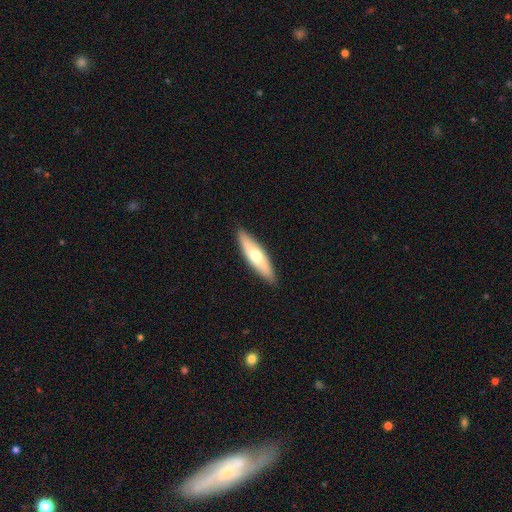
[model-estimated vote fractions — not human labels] The model was most divided on "smooth or featured": smooth: 55%, featured or disk: 40%, star or artifact: 5%. More confident: merging — none (88%); how rounded — cigar-shaped (67%).